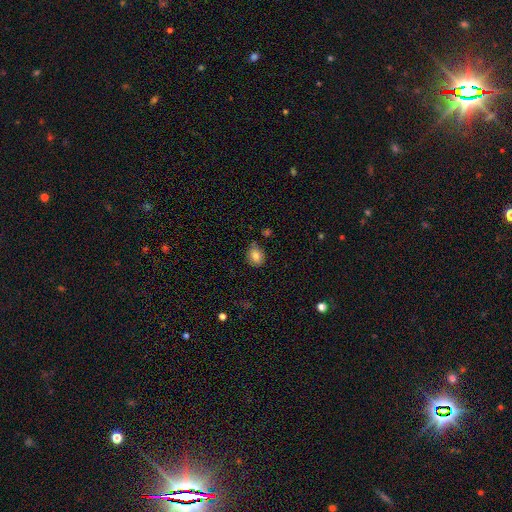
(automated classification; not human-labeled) smooth_or_featured: smooth (p=0.82) [alt: star or artifact p=0.09]
how_rounded: round (p=0.58) [alt: in between p=0.41]
merging: none (p=0.76) [alt: minor disturbance p=0.17]